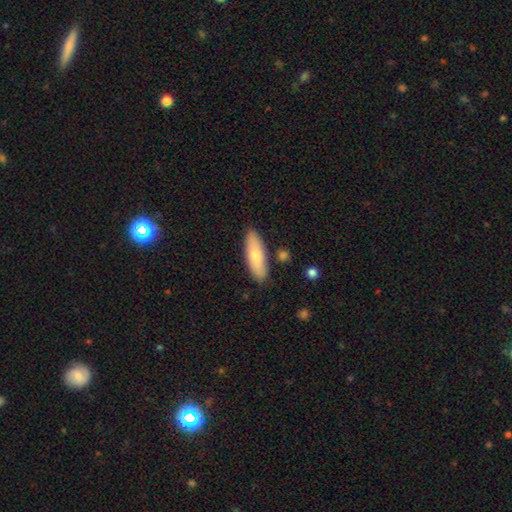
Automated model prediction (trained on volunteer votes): smooth_or_featured: smooth (p=0.76) [alt: featured or disk p=0.19]
how_rounded: in between (p=0.55) [alt: cigar-shaped p=0.43]
merging: none (p=0.84) [alt: minor disturbance p=0.11]